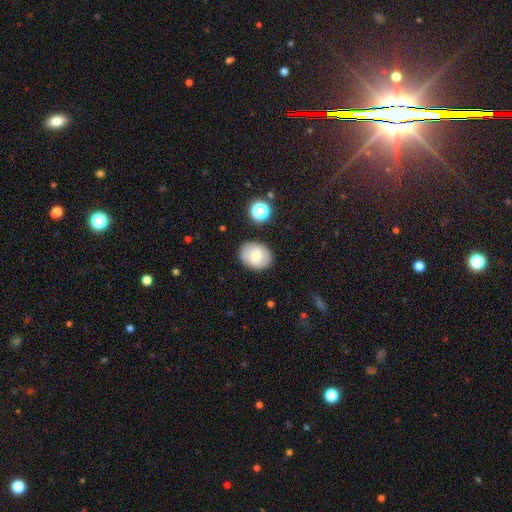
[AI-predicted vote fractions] This appears to be a smooth galaxy with no disk features (72%) that is in between round and cigar-shaped (53%). Merging: none (86%).